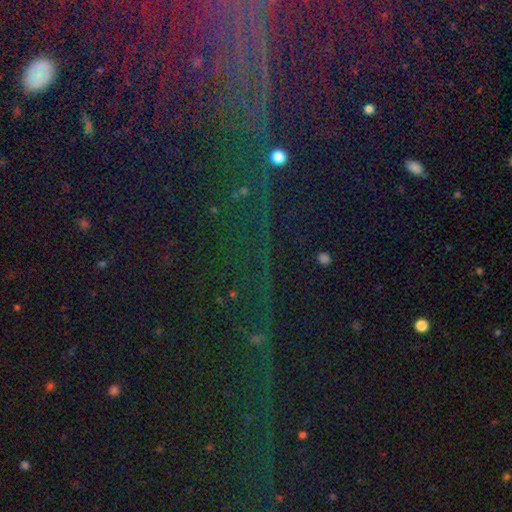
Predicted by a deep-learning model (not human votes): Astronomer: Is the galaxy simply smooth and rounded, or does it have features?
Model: star or artifact — 80%.